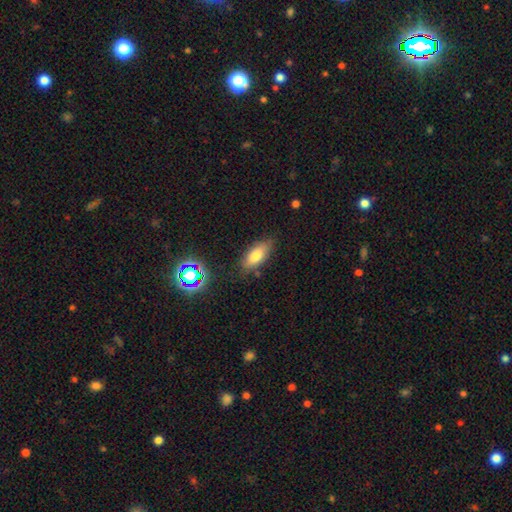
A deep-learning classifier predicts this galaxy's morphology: A smooth galaxy with no disk features (74%) that is in between round and cigar-shaped (80%). Merging: none (78%).